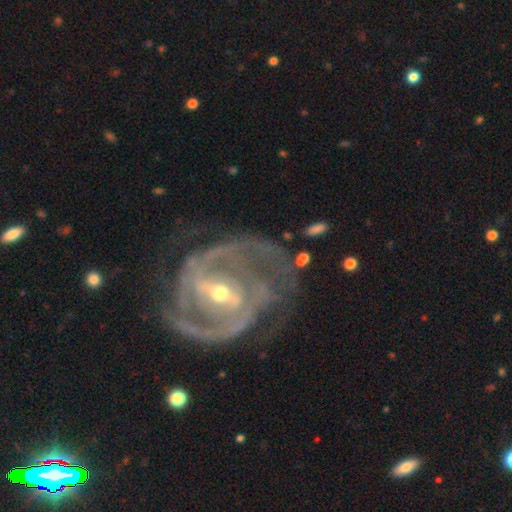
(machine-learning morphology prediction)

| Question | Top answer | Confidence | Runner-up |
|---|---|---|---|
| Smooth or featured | featured or disk | 92% | star or artifact (5%) |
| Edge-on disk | no | 97% | yes (3%) |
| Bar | strong | 56% | weak (33%) |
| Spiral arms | yes | 97% | no (3%) |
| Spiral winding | tight | 47% | medium (44%) |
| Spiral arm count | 2 | 60% | 3 (16%) |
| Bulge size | small | 53% | moderate (44%) |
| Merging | none | 65% | minor disturbance (19%) |